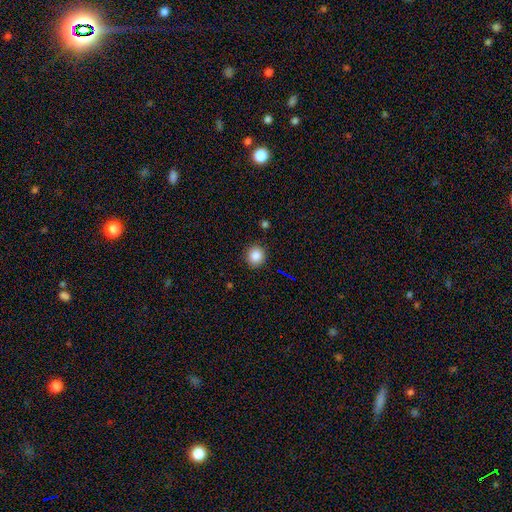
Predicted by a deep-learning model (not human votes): smooth 86%, star or artifact 10%, featured or disk 4%. Down the decision tree: how rounded — round (88%); merging — none (90%).